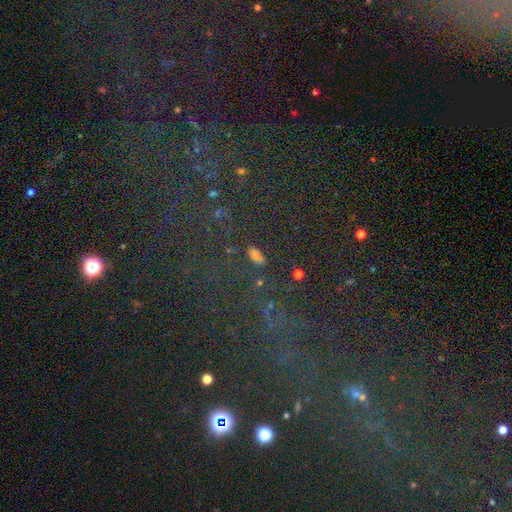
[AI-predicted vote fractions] Overall: smooth (50%; star or artifact 40%). How rounded: in between (77%). Merging: none (71%).